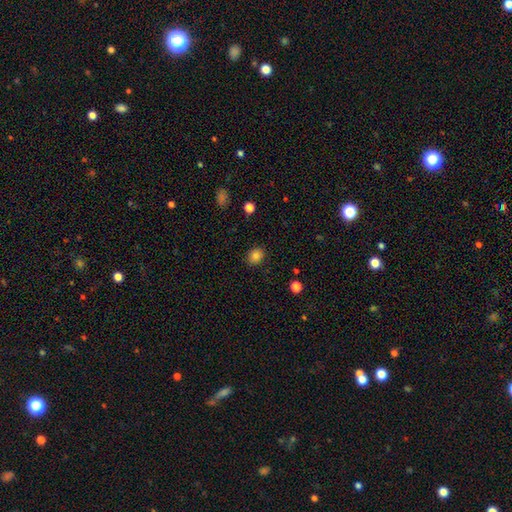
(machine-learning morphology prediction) smooth-or-featured: smooth: 83% | star or artifact: 11% | featured or disk: 6%
  how-rounded: round: 61% | in between: 38% | cigar-shaped: 1%
  merging: none: 88% | minor disturbance: 9% | major disturbance: 2% | merger: 1%